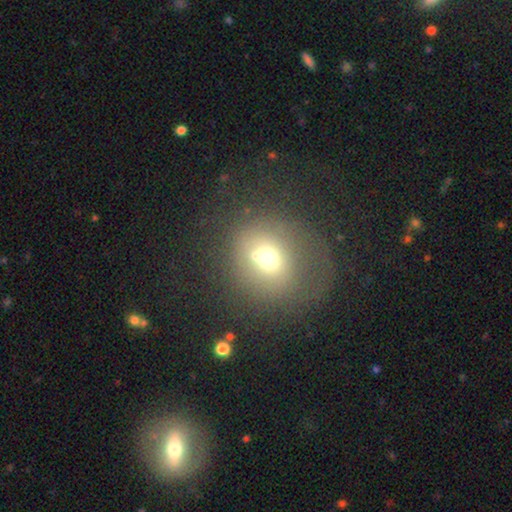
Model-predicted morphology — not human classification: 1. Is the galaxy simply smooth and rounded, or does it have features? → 63% smooth, 22% star or artifact, 16% featured or disk.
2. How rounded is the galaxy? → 83% round, 16% in between, 1% cigar-shaped.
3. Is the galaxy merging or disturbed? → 59% none, 15% merger, 13% minor disturbance, 12% major disturbance.